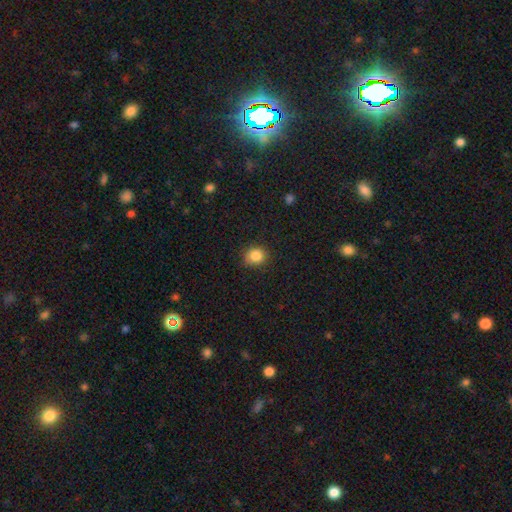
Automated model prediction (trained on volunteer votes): This is clearly a smooth galaxy (85%). How rounded: likely round (77%). Merging: clearly none (81%).